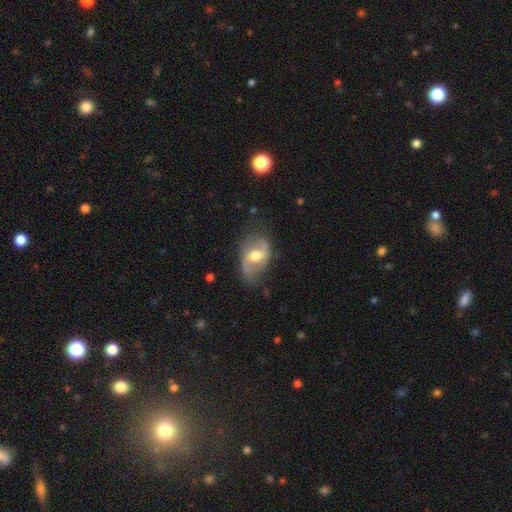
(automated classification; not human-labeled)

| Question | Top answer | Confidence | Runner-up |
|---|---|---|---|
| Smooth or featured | featured or disk | 67% | smooth (27%) |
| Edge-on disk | no | 95% | yes (5%) |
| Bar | weak | 46% | no (33%) |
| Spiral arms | yes | 77% | no (23%) |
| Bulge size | moderate | 70% | large (19%) |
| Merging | none | 60% | minor disturbance (26%) |